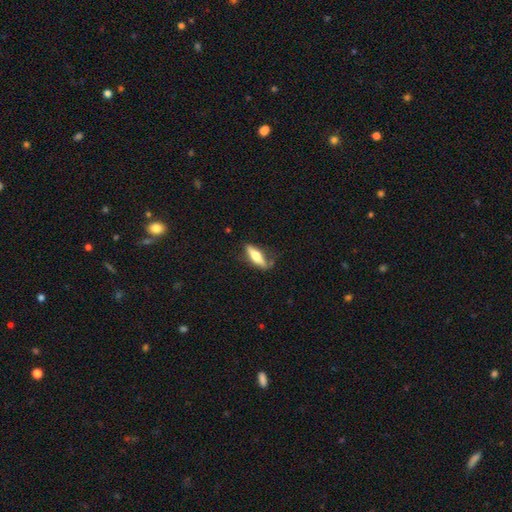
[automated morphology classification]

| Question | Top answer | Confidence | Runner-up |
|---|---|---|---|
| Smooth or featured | smooth | 52% | featured or disk (43%) |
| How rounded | cigar-shaped | 61% | in between (37%) |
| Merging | none | 65% | minor disturbance (23%) |